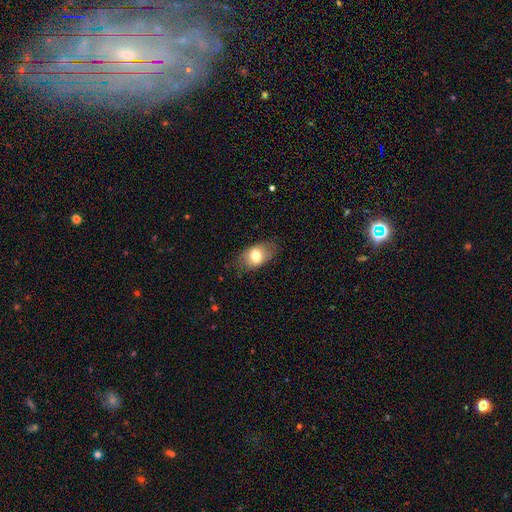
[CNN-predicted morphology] A smooth galaxy with no disk features (72%) that is in between round and cigar-shaped (82%).

Vote fractions:
- Smooth or featured? smooth: 72% / featured or disk: 20% / star or artifact: 8%
- How rounded? in between: 82% / round: 17% / cigar-shaped: 2%
- Merging? none: 72% / minor disturbance: 20% / major disturbance: 6% / merger: 1%